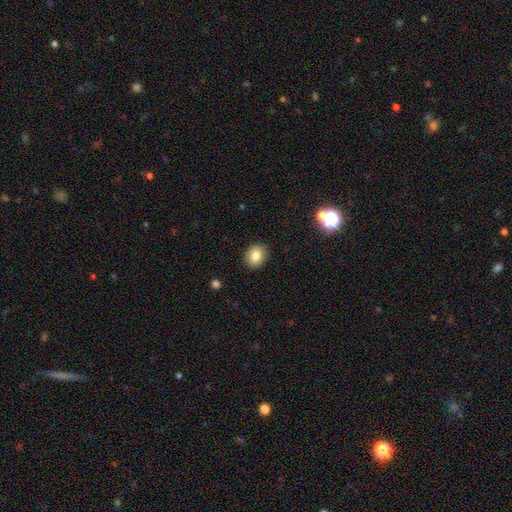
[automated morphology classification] This appears to be a smooth galaxy with no disk features (83%) that is round (56%). Merging: none (89%).